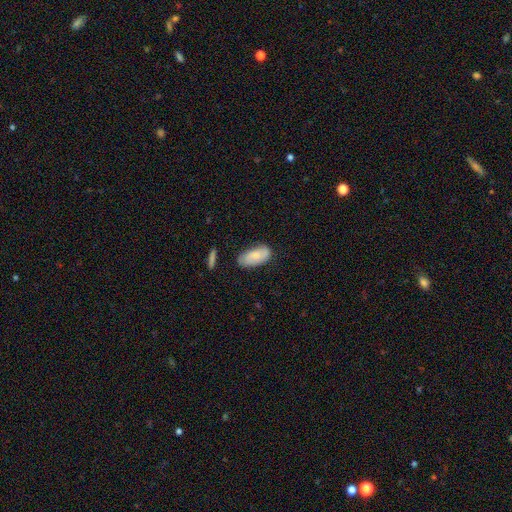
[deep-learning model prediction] smooth 78%, featured or disk 16%, star or artifact 6%. Down the decision tree: how rounded — in between (92%); merging — none (69%).